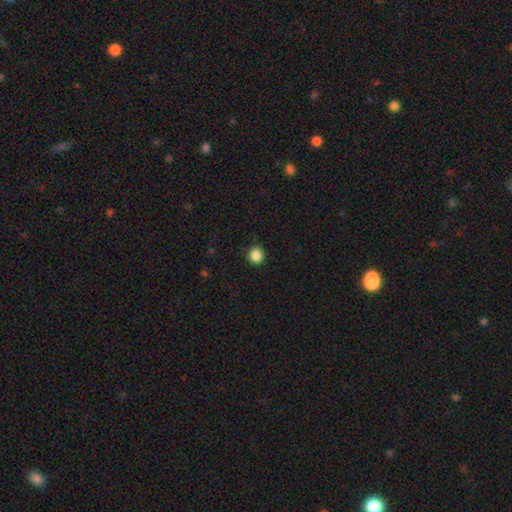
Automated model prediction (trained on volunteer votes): Smooth or featured?
  - smooth: 87% *
  - star or artifact: 10%
  - featured or disk: 3%
How rounded?
  - round: 93% *
  - in between: 7%
  - cigar-shaped: 1%
Merging?
  - none: 90% *
  - minor disturbance: 7%
  - major disturbance: 2%
  - merger: 1%